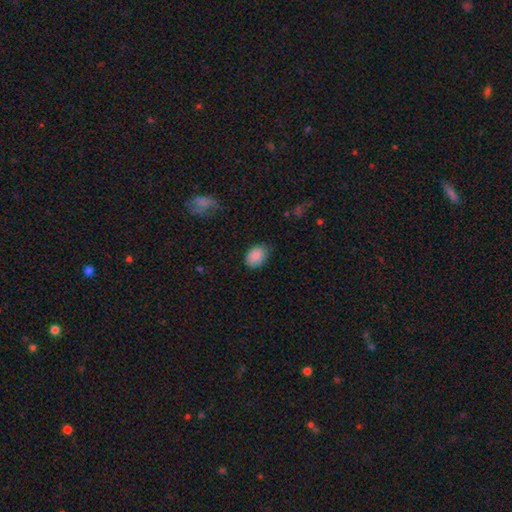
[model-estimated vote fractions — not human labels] A smooth galaxy with no disk features (88%) that is in between round and cigar-shaped (78%).

Vote fractions:
- Smooth or featured? smooth: 88% / star or artifact: 7% / featured or disk: 5%
- How rounded? in between: 78% / round: 21% / cigar-shaped: 1%
- Merging? none: 74% / minor disturbance: 21% / major disturbance: 4% / merger: 1%